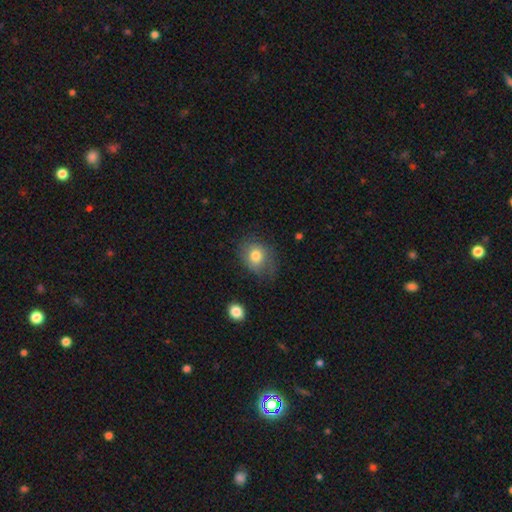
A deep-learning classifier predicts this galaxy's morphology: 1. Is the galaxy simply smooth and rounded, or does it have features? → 78% smooth, 13% featured or disk, 9% star or artifact.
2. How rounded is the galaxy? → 52% round, 47% in between, 1% cigar-shaped.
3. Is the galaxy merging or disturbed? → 61% none, 26% minor disturbance, 11% major disturbance, 2% merger.